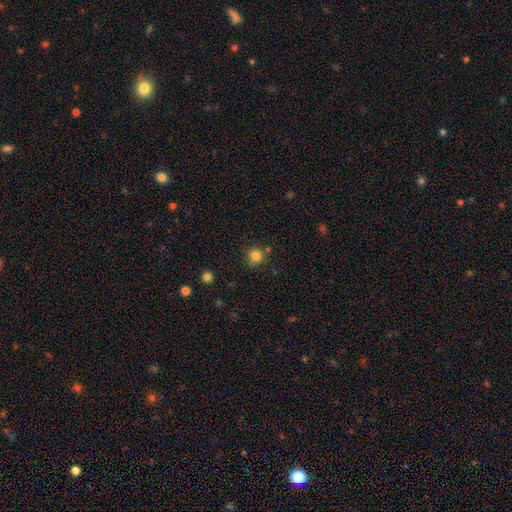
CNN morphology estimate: This is clearly a smooth galaxy (83%). How rounded: clearly round (93%). Merging: likely none (79%).